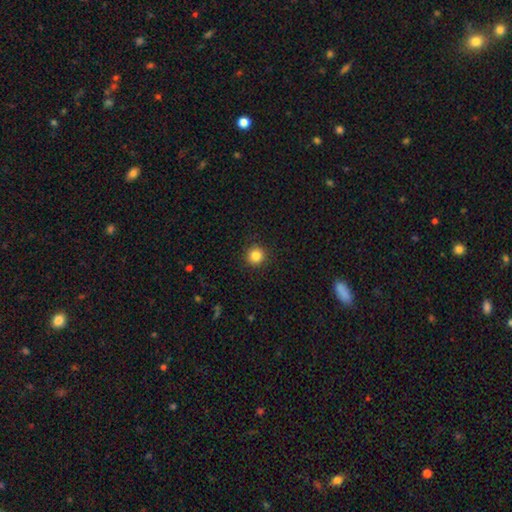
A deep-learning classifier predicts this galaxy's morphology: This is clearly a smooth galaxy (84%). How rounded: clearly round (95%). Merging: clearly none (92%).